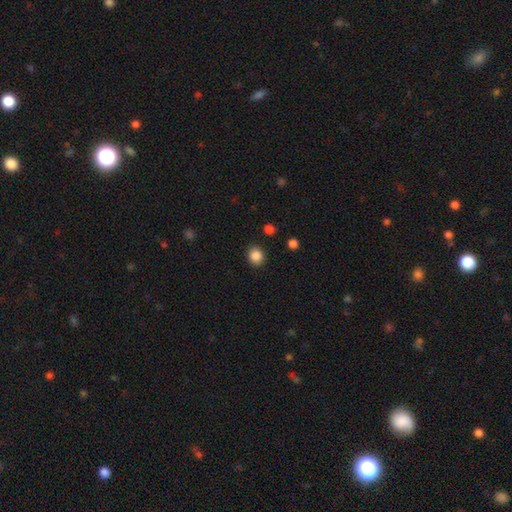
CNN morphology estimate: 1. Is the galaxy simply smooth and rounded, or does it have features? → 87% smooth, 10% star or artifact, 3% featured or disk.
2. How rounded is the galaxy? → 80% round, 19% in between, 1% cigar-shaped.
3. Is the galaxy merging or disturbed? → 89% none, 7% minor disturbance, 2% major disturbance, 2% merger.